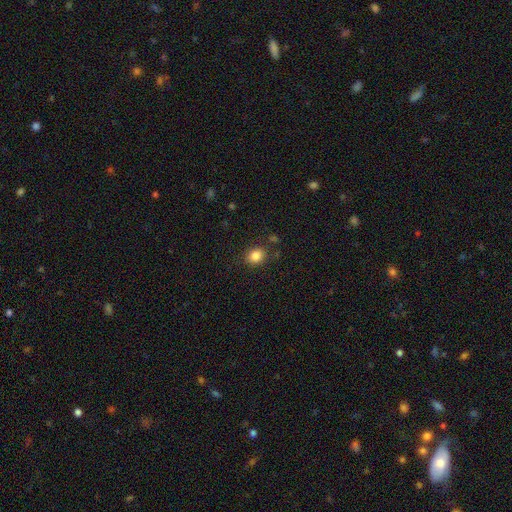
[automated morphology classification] Smooth or featured: smooth — 85% (star or artifact — 10%)
How rounded: round — 56% (in between — 43%)
Merging: none — 84% (minor disturbance — 10%)